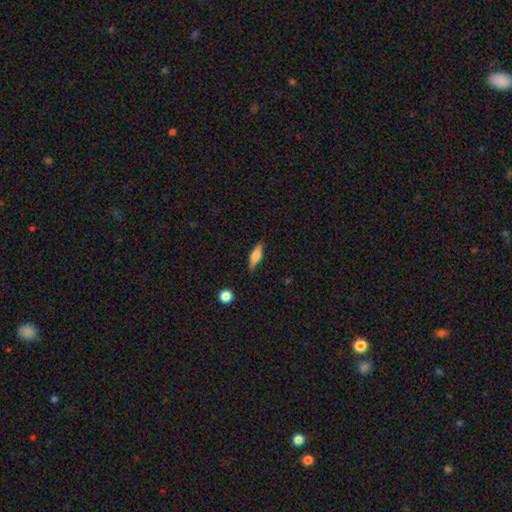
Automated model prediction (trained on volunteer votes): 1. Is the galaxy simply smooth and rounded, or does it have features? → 48% smooth, 45% featured or disk, 7% star or artifact.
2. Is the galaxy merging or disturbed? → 85% none, 11% minor disturbance, 3% major disturbance, 2% merger.